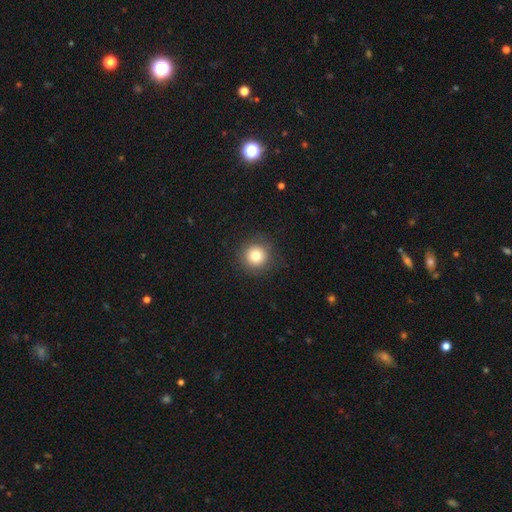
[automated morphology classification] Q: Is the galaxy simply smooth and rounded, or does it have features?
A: smooth — 80%.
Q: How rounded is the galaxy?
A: round — 95%.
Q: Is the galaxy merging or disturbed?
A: none — 89%.